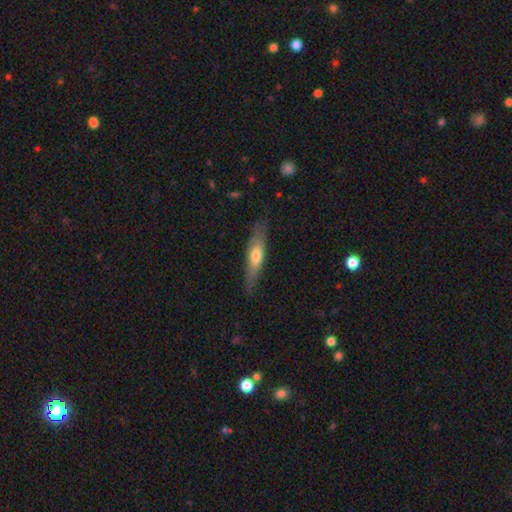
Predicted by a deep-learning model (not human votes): This appears to be a smooth galaxy with no disk features (54%) that is cigar-shaped (72%). Merging: none (78%).